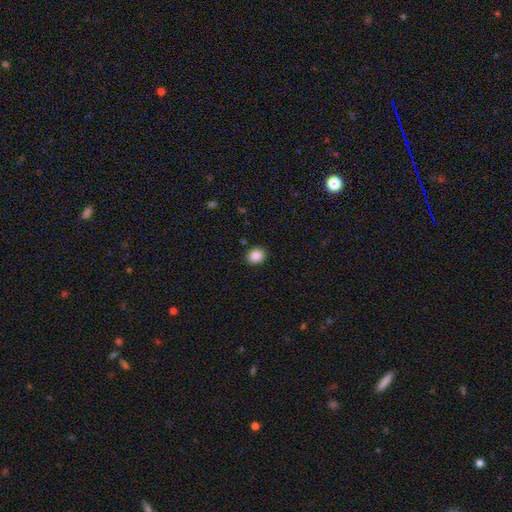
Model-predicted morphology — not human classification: The model was most divided on "how rounded": round: 69%, in between: 30%, cigar-shaped: 1%. More confident: merging — none (90%); smooth or featured — smooth (86%).